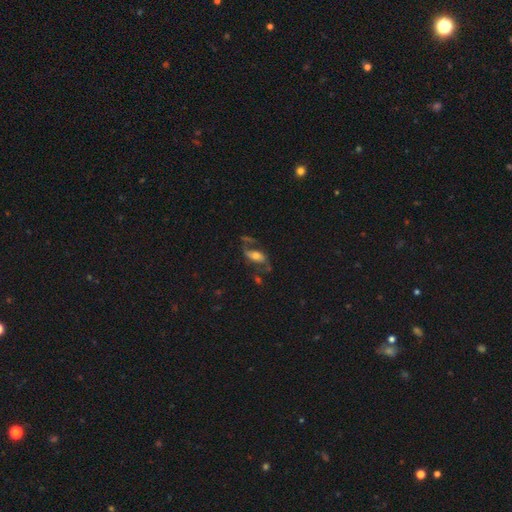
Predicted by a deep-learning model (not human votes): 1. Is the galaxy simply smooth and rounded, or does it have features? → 60% featured or disk, 31% smooth, 9% star or artifact.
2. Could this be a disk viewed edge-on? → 88% no, 12% yes.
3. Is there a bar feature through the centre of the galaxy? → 46% no, 31% weak, 23% strong.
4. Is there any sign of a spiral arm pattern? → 80% yes, 20% no.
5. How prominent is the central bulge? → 51% moderate, 21% large, 21% small, 3% none, 3% dominant.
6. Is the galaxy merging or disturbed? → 50% none, 23% major disturbance, 20% minor disturbance, 8% merger.